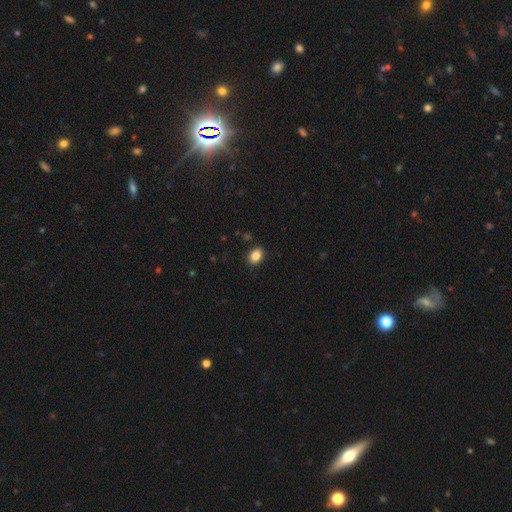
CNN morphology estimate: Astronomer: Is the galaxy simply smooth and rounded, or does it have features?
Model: smooth — 87%.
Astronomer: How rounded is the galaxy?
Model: in between — 76%.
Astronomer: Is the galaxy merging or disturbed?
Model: none — 89%.